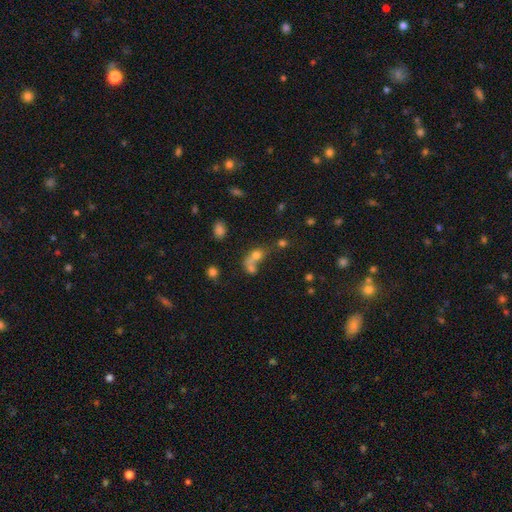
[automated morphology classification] smooth_or_featured: smooth (p=0.64) [alt: star or artifact p=0.18]
how_rounded: round (p=0.56) [alt: in between p=0.40]
merging: merger (p=0.57) [alt: none p=0.25]